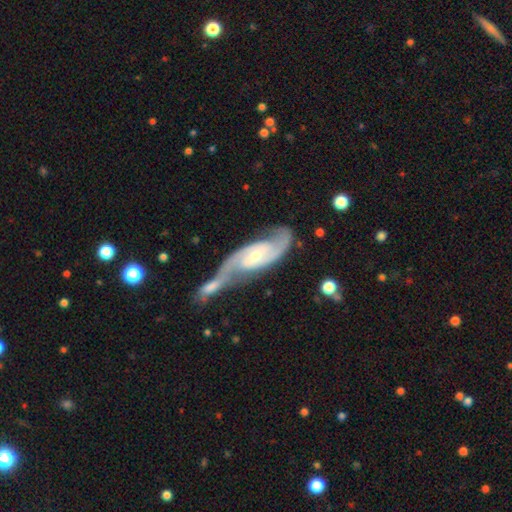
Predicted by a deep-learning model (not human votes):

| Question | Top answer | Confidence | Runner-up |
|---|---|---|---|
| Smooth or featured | featured or disk | 89% | smooth (6%) |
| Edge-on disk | no | 95% | yes (5%) |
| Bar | no | 45% | weak (39%) |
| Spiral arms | yes | 97% | no (3%) |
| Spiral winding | medium | 51% | loose (26%) |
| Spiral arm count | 2 | 90% | can't tell (4%) |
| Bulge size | small | 54% | moderate (42%) |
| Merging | merger | 48% | none (31%) |